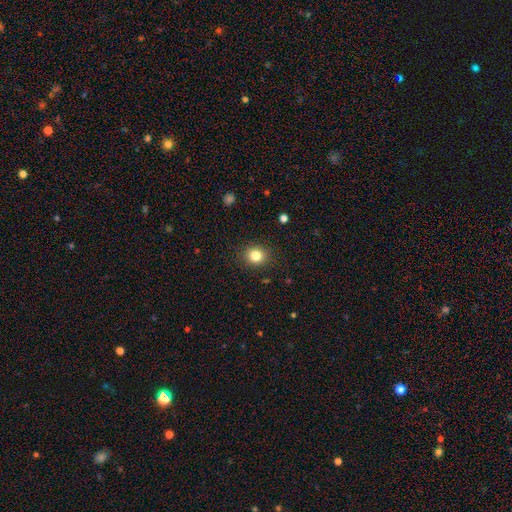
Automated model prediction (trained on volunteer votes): Smooth or featured?
  - smooth: 83% *
  - star or artifact: 11%
  - featured or disk: 6%
How rounded?
  - round: 77% *
  - in between: 22%
  - cigar-shaped: 1%
Merging?
  - none: 89% *
  - minor disturbance: 8%
  - major disturbance: 2%
  - merger: 1%